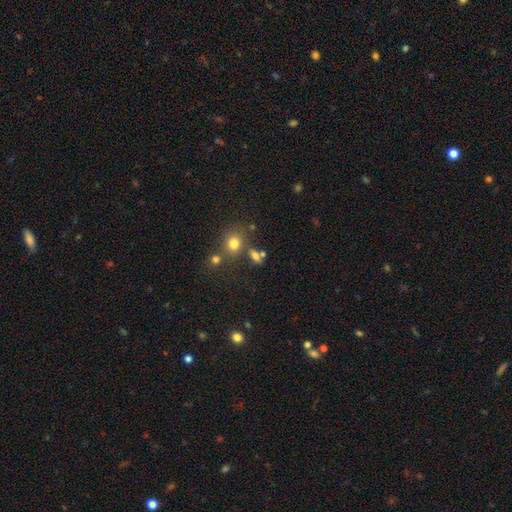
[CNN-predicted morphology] smooth-or-featured: smooth: 68% | star or artifact: 18% | featured or disk: 13%
  how-rounded: in between: 58% | round: 36% | cigar-shaped: 6%
  merging: none: 56% | merger: 24% | minor disturbance: 13% | major disturbance: 7%